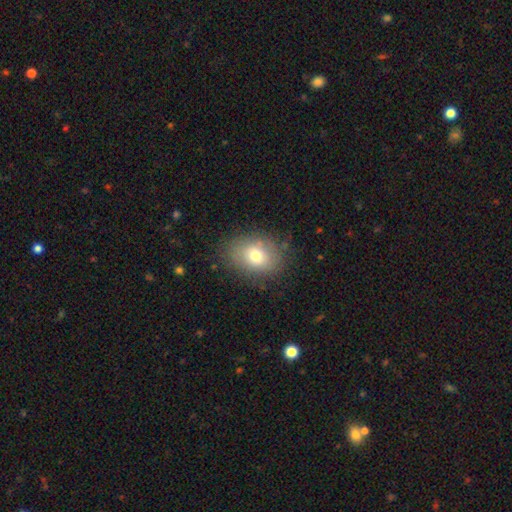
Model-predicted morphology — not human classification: Smooth or featured: smooth — 73% (featured or disk — 16%)
How rounded: in between — 63% (round — 36%)
Merging: none — 80% (minor disturbance — 14%)